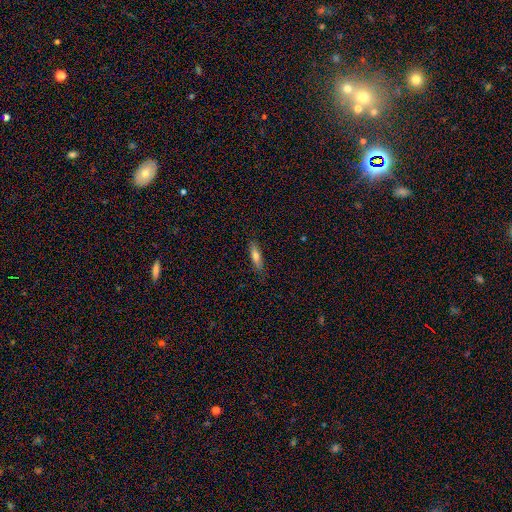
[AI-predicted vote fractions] This is likely a smooth galaxy (71%). How rounded: possibly cigar-shaped (59%). Merging: clearly none (86%).